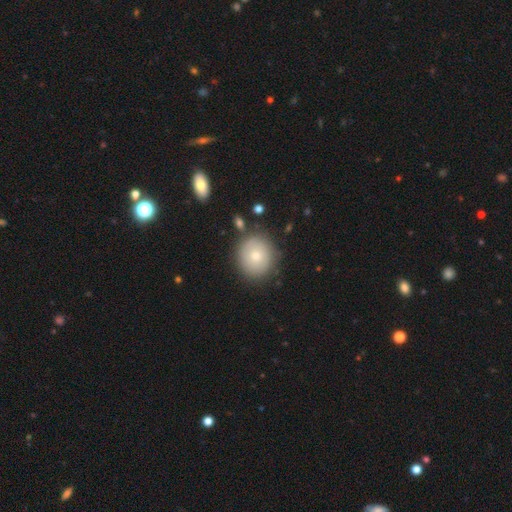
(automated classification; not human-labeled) A smooth galaxy with no disk features (73%) that is round (85%).

Vote fractions:
- Smooth or featured? smooth: 73% / featured or disk: 18% / star or artifact: 8%
- How rounded? round: 85% / in between: 14% / cigar-shaped: 1%
- Merging? none: 82% / minor disturbance: 12% / major disturbance: 3% / merger: 3%